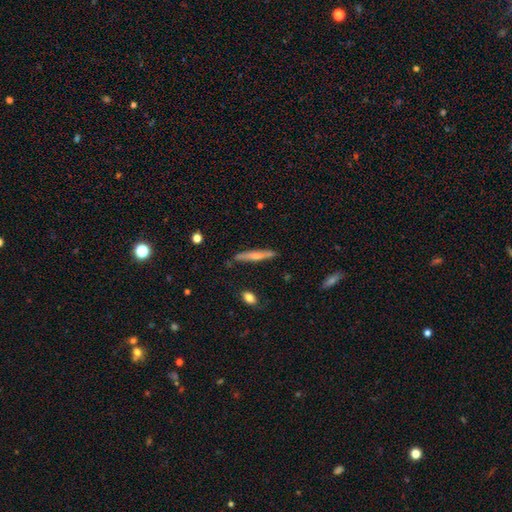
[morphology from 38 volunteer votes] smooth-or-featured: smooth: 61% | featured or disk: 32% | star or artifact: 8%
  how-rounded: cigar-shaped: 96% | in between: 4% | round: 0%
  merging: none: 80% | minor disturbance: 14% | merger: 6% | major disturbance: 0%